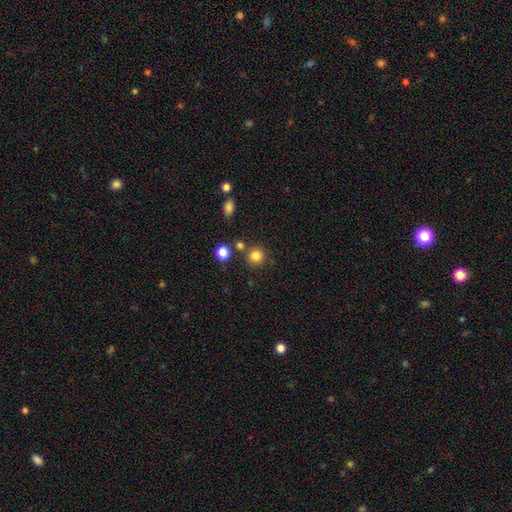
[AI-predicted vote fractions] Q: Smooth or featured?
A: smooth (82%); runner-up: star or artifact (13%)
Q: How rounded?
A: round (92%); runner-up: in between (7%)
Q: Merging?
A: none (81%); runner-up: merger (8%)